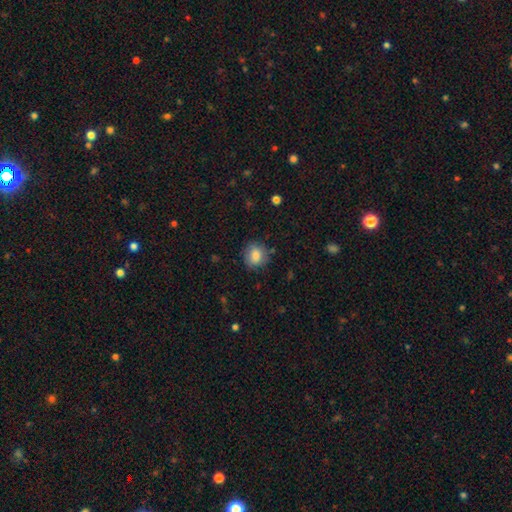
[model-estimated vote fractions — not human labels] Morphology: type=smooth (82%); roundness=round (77%); merging=none (80%).